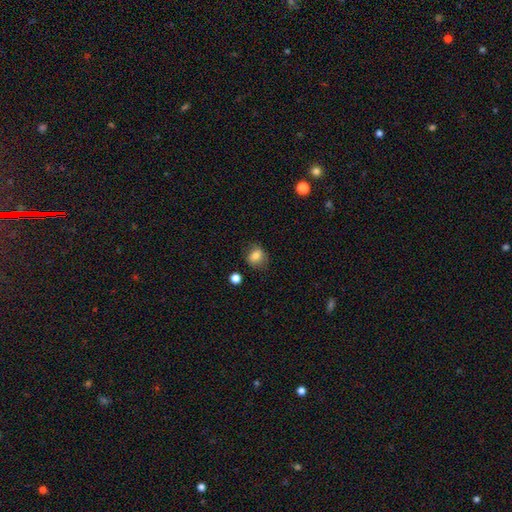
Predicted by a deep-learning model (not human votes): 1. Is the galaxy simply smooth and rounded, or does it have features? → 80% smooth, 10% star or artifact, 10% featured or disk.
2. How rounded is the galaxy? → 64% round, 35% in between, 1% cigar-shaped.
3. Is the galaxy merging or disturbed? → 74% none, 18% minor disturbance, 5% major disturbance, 2% merger.